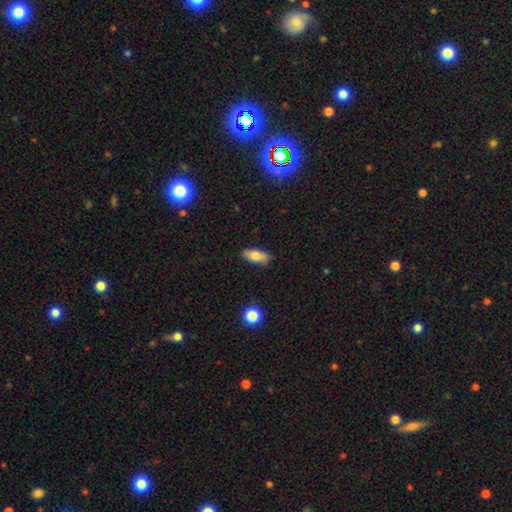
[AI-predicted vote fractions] Smooth or featured? Predicted: smooth (p=0.76). How rounded? Predicted: in between (p=0.78). Merging? Predicted: none (p=0.78).